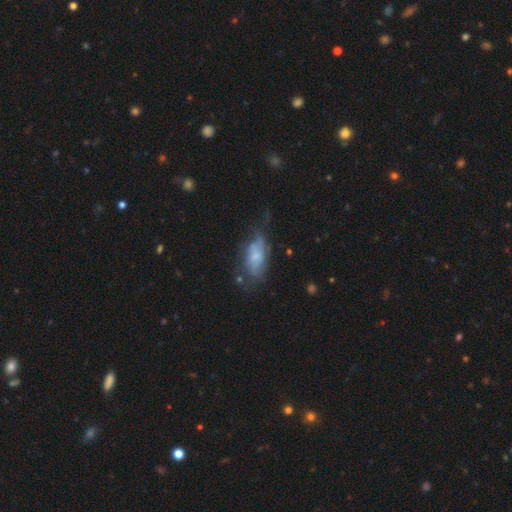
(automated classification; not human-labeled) Smooth or featured?
  - smooth: 46% *
  - featured or disk: 45%
  - star or artifact: 9%
Merging?
  - none: 38% *
  - minor disturbance: 30%
  - major disturbance: 28%
  - merger: 4%